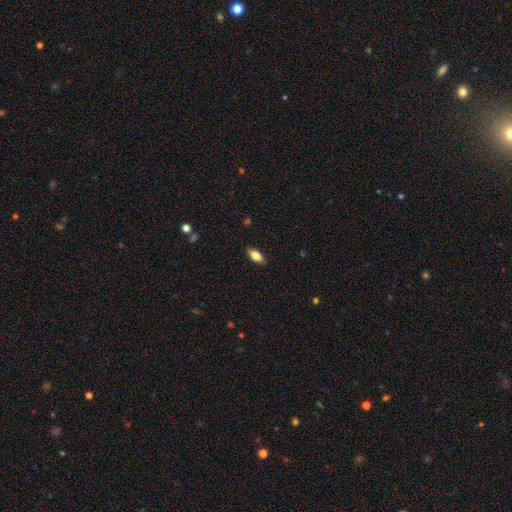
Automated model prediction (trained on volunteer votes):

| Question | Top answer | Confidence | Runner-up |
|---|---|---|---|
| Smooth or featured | smooth | 77% | featured or disk (16%) |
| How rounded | in between | 86% | cigar-shaped (11%) |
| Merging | none | 88% | minor disturbance (9%) |